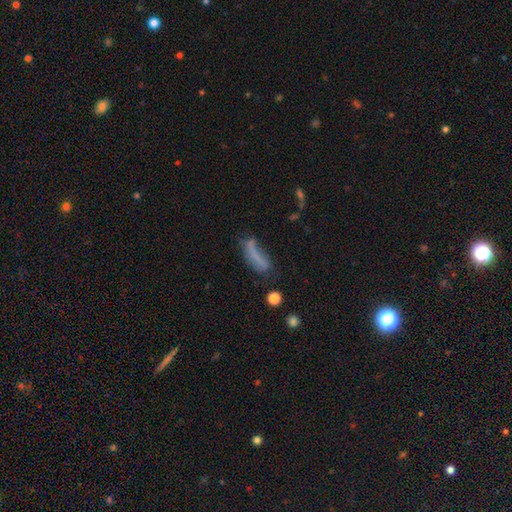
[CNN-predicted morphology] Smooth or featured? smooth (59%)
How rounded? cigar-shaped (57%)
Merging? none (40%)